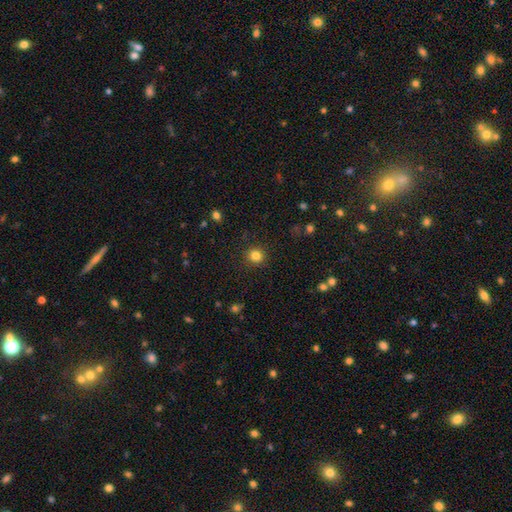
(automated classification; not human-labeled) A smooth galaxy with no disk features (83%) that is round (89%). Merging: none (90%).